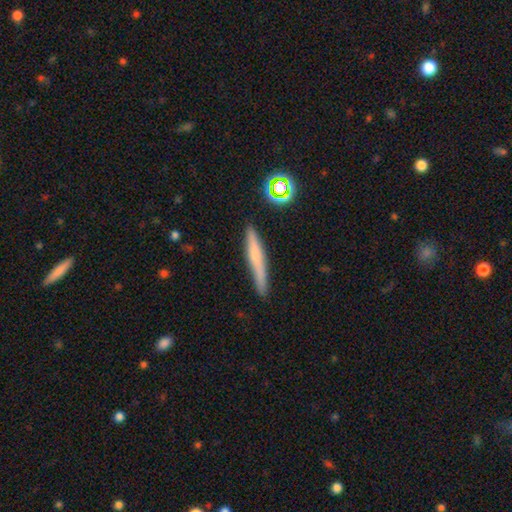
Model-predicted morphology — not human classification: smooth_or_featured: smooth (p=0.53) [alt: featured or disk p=0.37]
how_rounded: cigar-shaped (p=0.93) [alt: in between p=0.05]
merging: none (p=0.84) [alt: minor disturbance p=0.12]